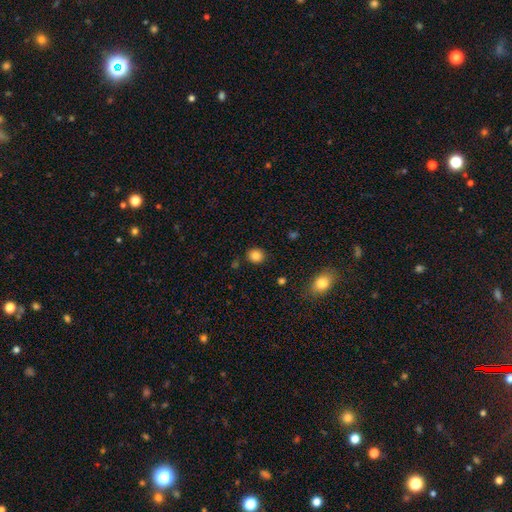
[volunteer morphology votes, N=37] This is clearly a smooth galaxy (89%). How rounded: clearly round (82%). Merging: clearly none (91%).